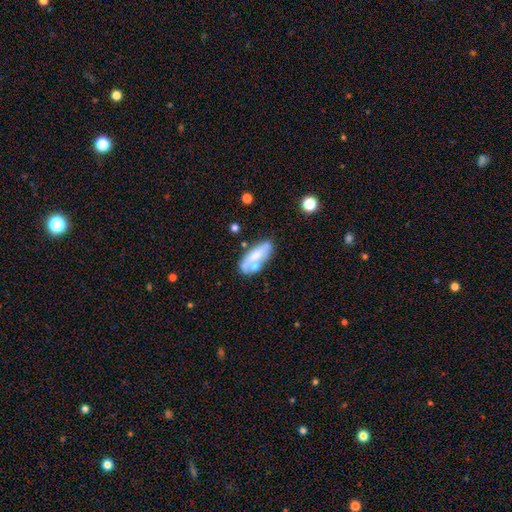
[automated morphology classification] Smooth or featured: smooth — 55% (featured or disk — 38%)
How rounded: in between — 78% (cigar-shaped — 20%)
Merging: none — 51% (minor disturbance — 21%)